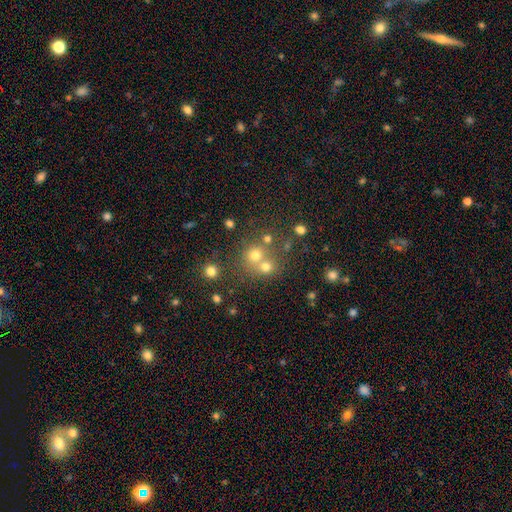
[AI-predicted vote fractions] A smooth galaxy with no disk features (65%) that is round (85%).

Vote fractions:
- Smooth or featured? smooth: 65% / star or artifact: 22% / featured or disk: 13%
- How rounded? round: 85% / in between: 14% / cigar-shaped: 1%
- Merging? none: 50% / merger: 40% / minor disturbance: 7% / major disturbance: 3%